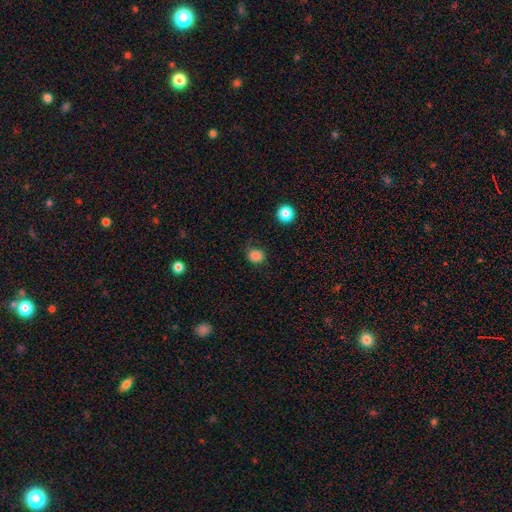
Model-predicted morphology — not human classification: Smooth or featured: smooth — 84% (star or artifact — 12%)
How rounded: round — 80% (in between — 19%)
Merging: none — 75% (minor disturbance — 18%)